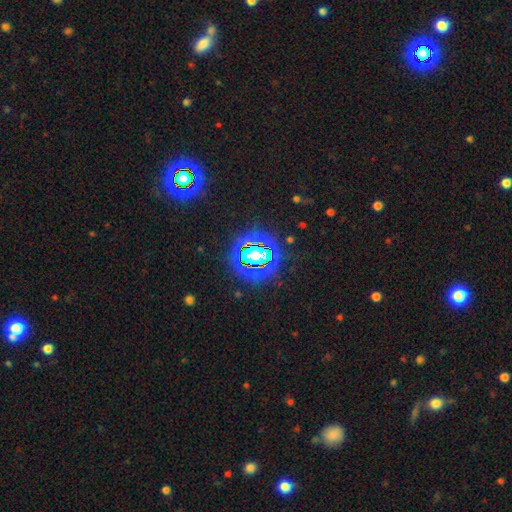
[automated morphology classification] star or artifact 71%, smooth 18%, featured or disk 12%.